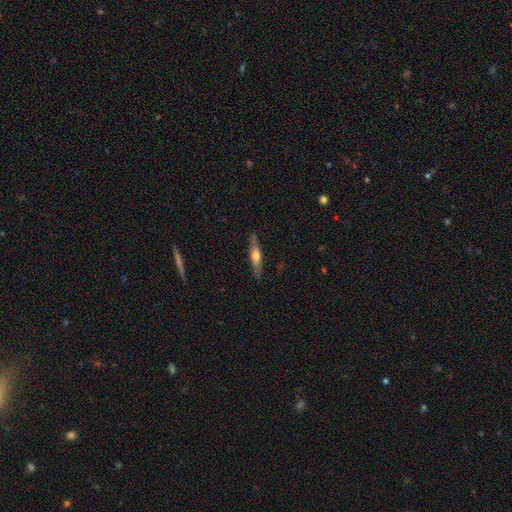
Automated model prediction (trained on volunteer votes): This is possibly a featured or disk galaxy (54%). It is clearly viewed edge-on (93%). Edge-on bulge: clearly rounded (82%). Merging: clearly none (86%).